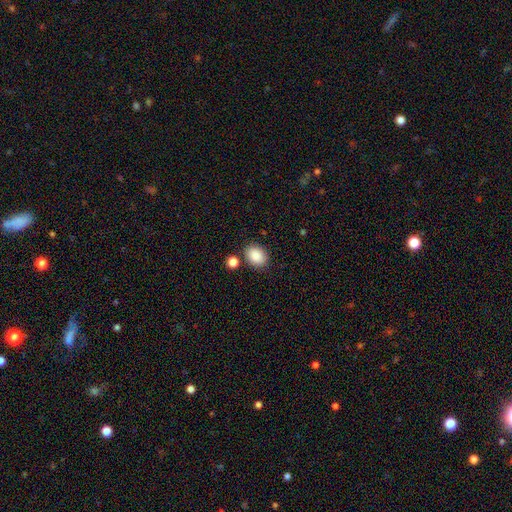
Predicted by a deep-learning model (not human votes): Morphology: type=smooth (88%); roundness=in between (63%); merging=none (80%).